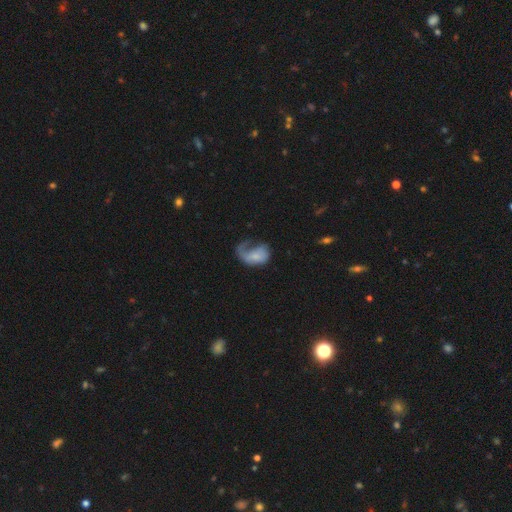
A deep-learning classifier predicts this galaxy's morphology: Overall: smooth (47%; featured or disk 45%). Merging: major disturbance (57%; none 22%).